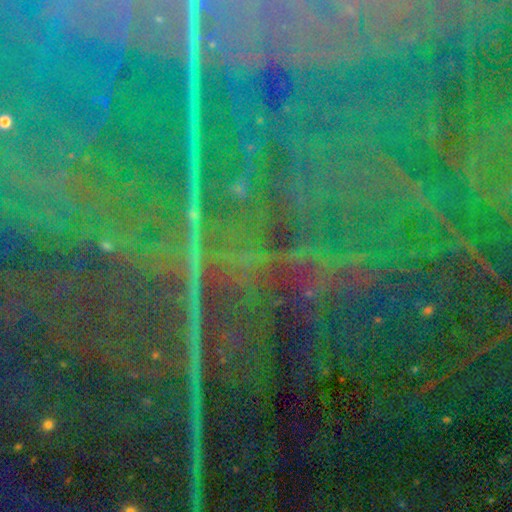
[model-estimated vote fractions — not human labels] A star or artifact, not a galaxy (88%).

Vote fractions:
- Smooth or featured? star or artifact: 88% / featured or disk: 6% / smooth: 5%